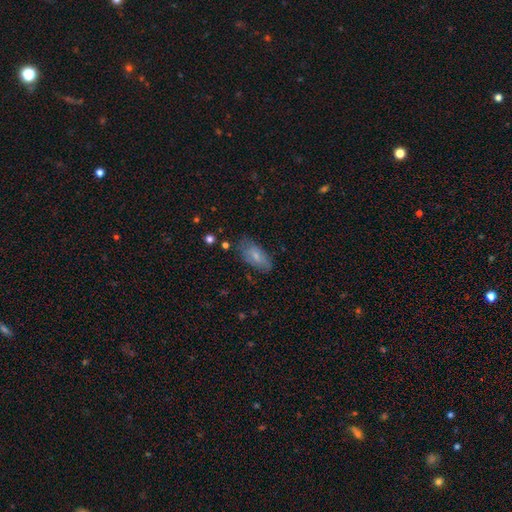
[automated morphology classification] This appears to be a smooth galaxy with no disk features (70%) that is in between round and cigar-shaped (89%). Merging: none (67%).